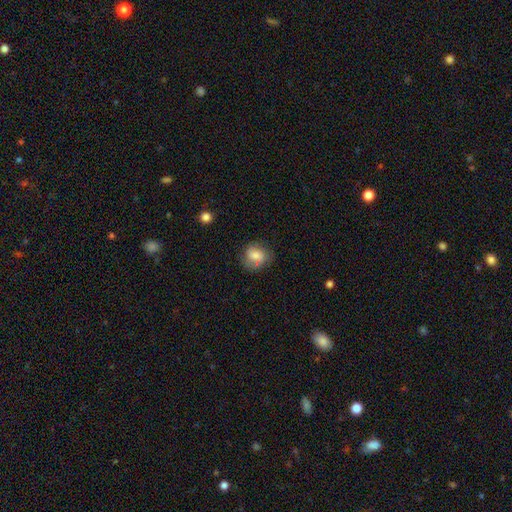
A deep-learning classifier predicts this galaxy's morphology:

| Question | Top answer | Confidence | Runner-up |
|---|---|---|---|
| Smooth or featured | smooth | 64% | featured or disk (27%) |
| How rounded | round | 67% | in between (32%) |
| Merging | none | 63% | minor disturbance (24%) |